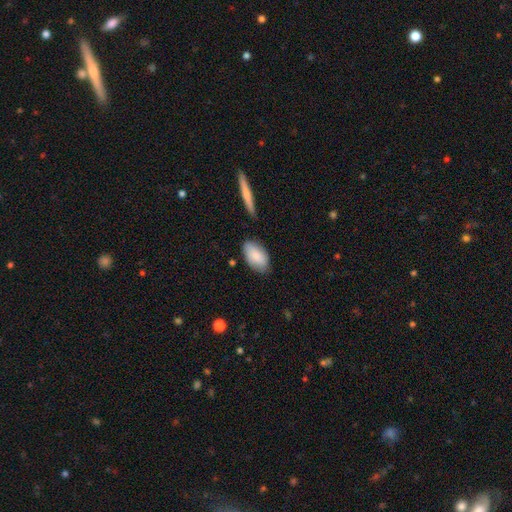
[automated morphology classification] smooth-or-featured: smooth: 85% | featured or disk: 10% | star or artifact: 6%
  how-rounded: in between: 94% | round: 4% | cigar-shaped: 2%
  merging: none: 77% | minor disturbance: 17% | major disturbance: 3% | merger: 3%